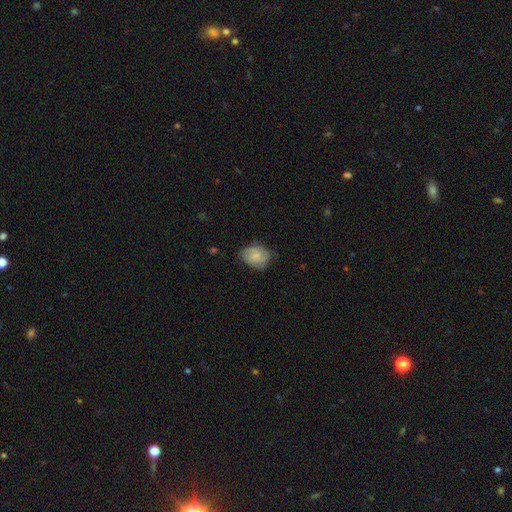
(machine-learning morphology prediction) smooth-or-featured: featured or disk: 51% | smooth: 41% | star or artifact: 8%
  disk-edge-on: no: 97% | yes: 3%
  merging: none: 70% | minor disturbance: 23% | major disturbance: 6% | merger: 1%